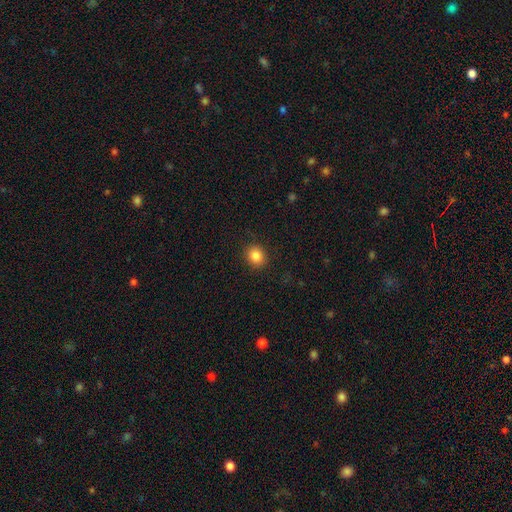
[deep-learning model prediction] Smooth or featured? Predicted: smooth (p=0.86). How rounded? Predicted: round (p=0.76). Merging? Predicted: none (p=0.90).